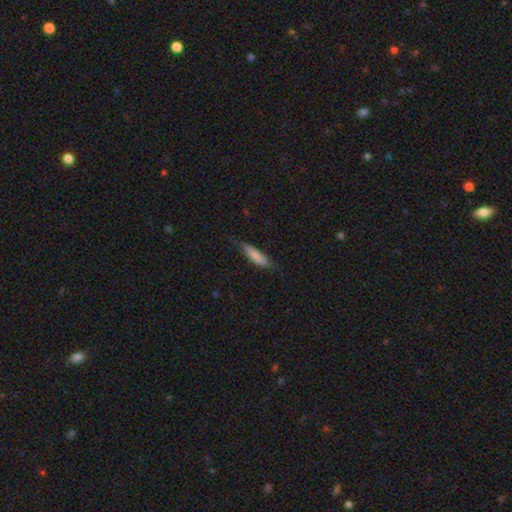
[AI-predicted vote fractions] Overall: smooth (76%). How rounded: cigar-shaped (70%). Merging: none (69%).